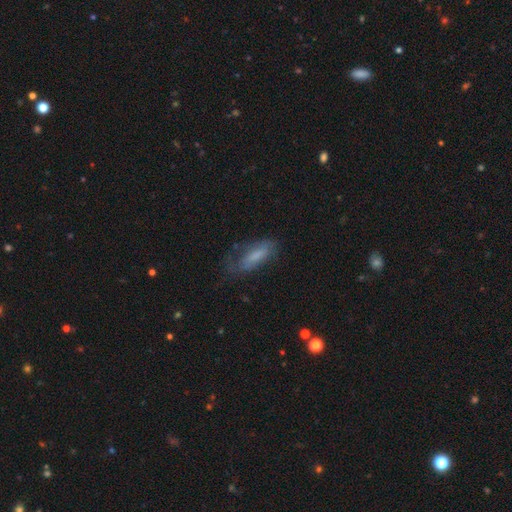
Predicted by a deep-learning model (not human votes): This is possibly a smooth galaxy (59%). How rounded: likely in between (60%). Merging: possibly none (53%).